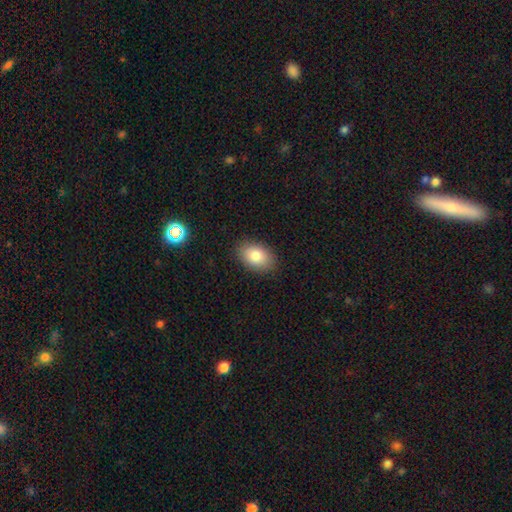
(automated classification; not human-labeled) Smooth or featured?
  - smooth: 82% *
  - featured or disk: 10%
  - star or artifact: 8%
How rounded?
  - in between: 85% *
  - round: 14%
  - cigar-shaped: 1%
Merging?
  - none: 87% *
  - minor disturbance: 9%
  - major disturbance: 2%
  - merger: 1%